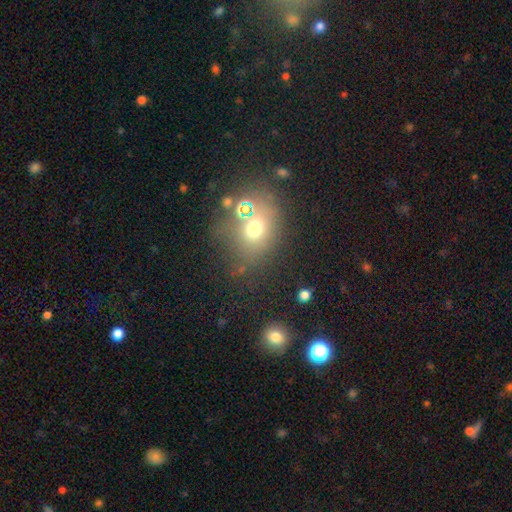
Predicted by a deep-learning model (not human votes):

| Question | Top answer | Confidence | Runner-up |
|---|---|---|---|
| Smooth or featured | smooth | 50% | star or artifact (35%) |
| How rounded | round | 56% | in between (42%) |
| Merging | none | 60% | merger (20%) |